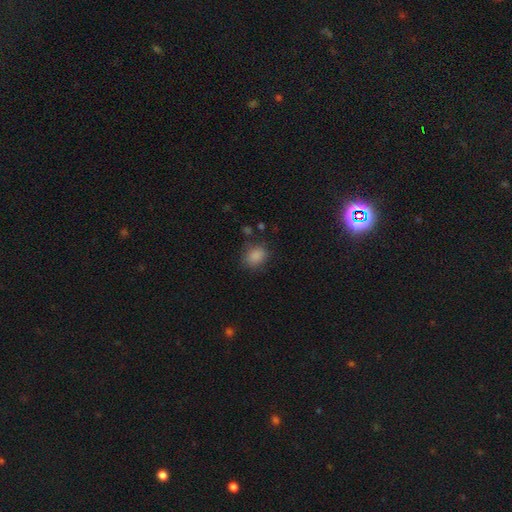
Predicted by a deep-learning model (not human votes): Overall: smooth (85%). How rounded: round (52%; in between 47%). Merging: none (76%).